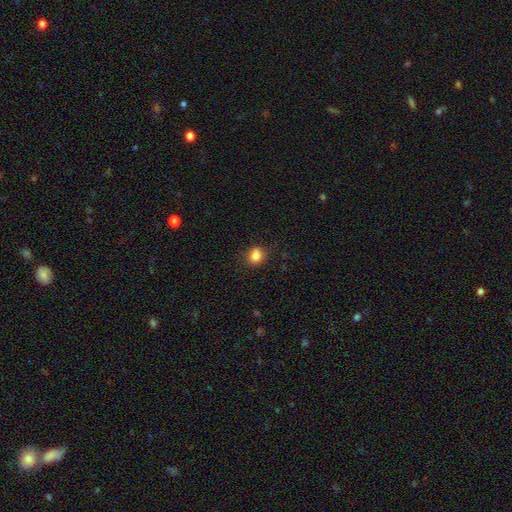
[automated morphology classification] This is clearly a smooth galaxy (84%). How rounded: possibly round (55%). Merging: likely none (78%).